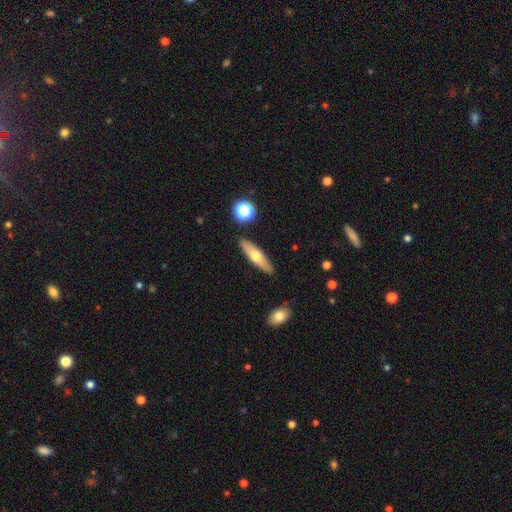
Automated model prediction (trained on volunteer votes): Smooth or featured? smooth (51%)
How rounded? cigar-shaped (65%)
Merging? none (88%)